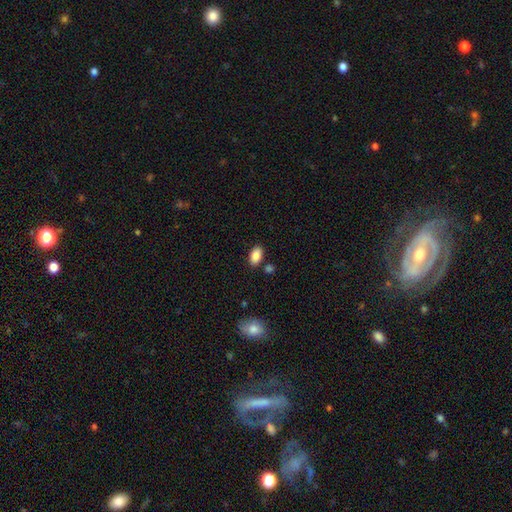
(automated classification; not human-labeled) smooth 88%, star or artifact 7%, featured or disk 4%. Down the decision tree: how rounded — in between (93%); merging — none (82%).